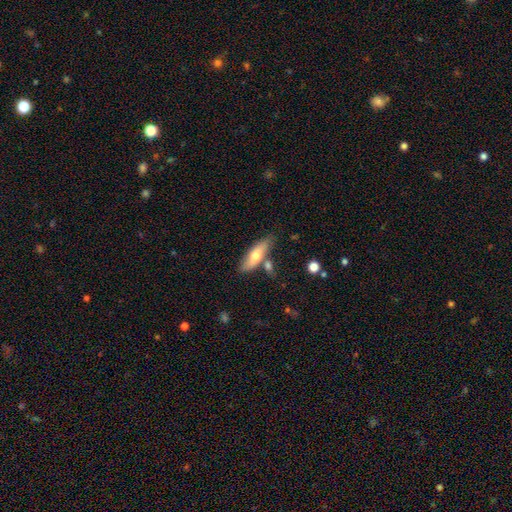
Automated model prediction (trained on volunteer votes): Q: Smooth or featured?
A: smooth (63%); runner-up: featured or disk (31%)
Q: How rounded?
A: in between (53%); runner-up: cigar-shaped (44%)
Q: Merging?
A: none (69%); runner-up: minor disturbance (15%)